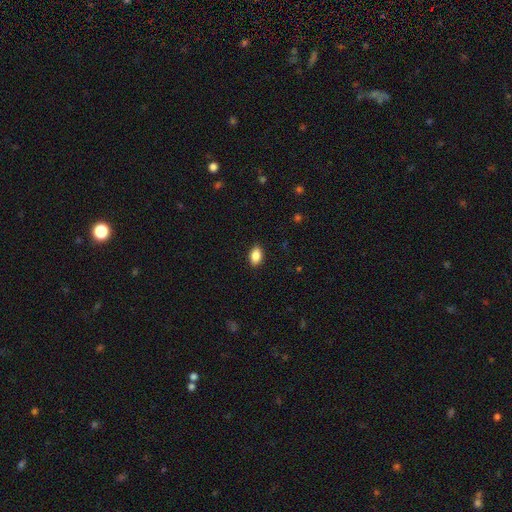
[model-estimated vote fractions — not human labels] smooth-or-featured: smooth: 88% | star or artifact: 8% | featured or disk: 4%
  how-rounded: in between: 90% | round: 8% | cigar-shaped: 2%
  merging: none: 88% | minor disturbance: 9% | major disturbance: 2% | merger: 1%